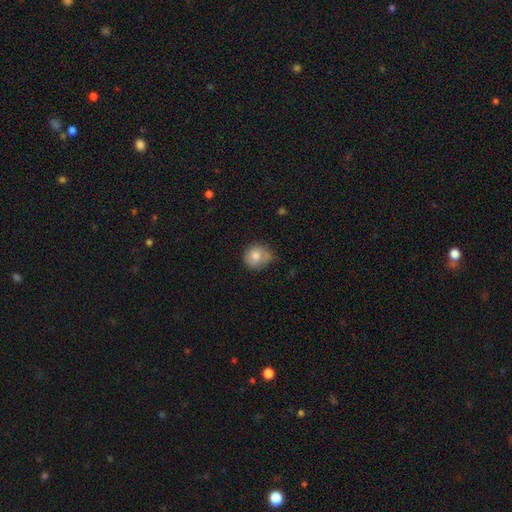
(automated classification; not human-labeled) Smooth or featured: smooth — 80% (featured or disk — 12%)
How rounded: round — 79% (in between — 20%)
Merging: none — 54% (minor disturbance — 35%)